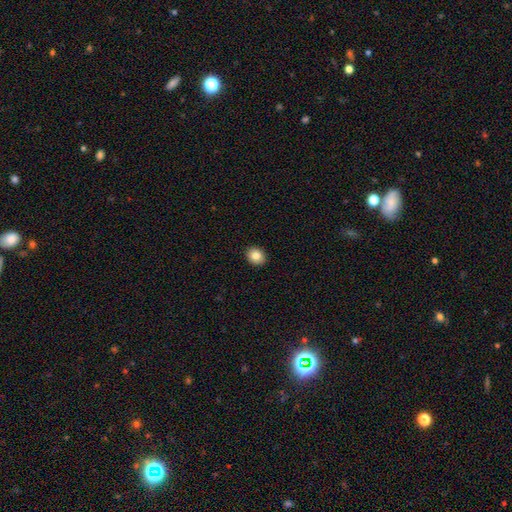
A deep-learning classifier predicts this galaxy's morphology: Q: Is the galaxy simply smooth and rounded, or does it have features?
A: smooth — 85%.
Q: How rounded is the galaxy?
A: round — 60%.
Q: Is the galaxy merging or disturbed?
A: none — 92%.